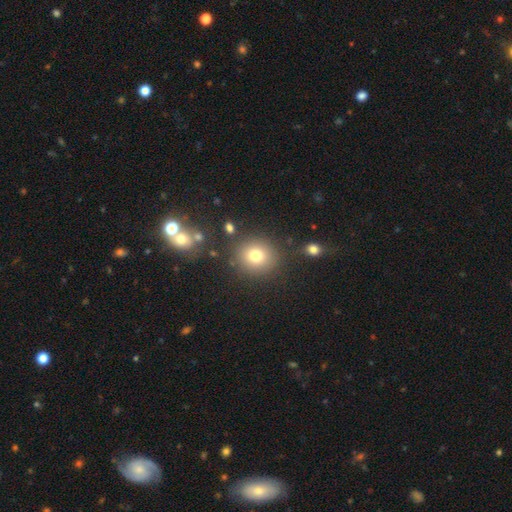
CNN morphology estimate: smooth 77%, star or artifact 14%, featured or disk 9%. Down the decision tree: how rounded — round (86%); merging — none (84%).